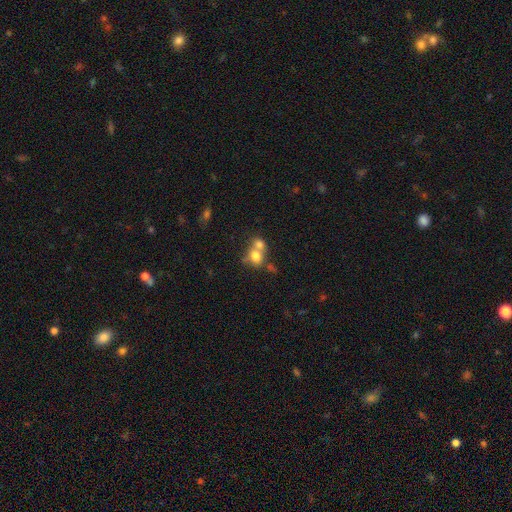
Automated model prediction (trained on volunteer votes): smooth_or_featured: smooth (p=0.74) [alt: featured or disk p=0.16]
how_rounded: round (p=0.58) [alt: in between p=0.41]
merging: merger (p=0.62) [alt: none p=0.27]